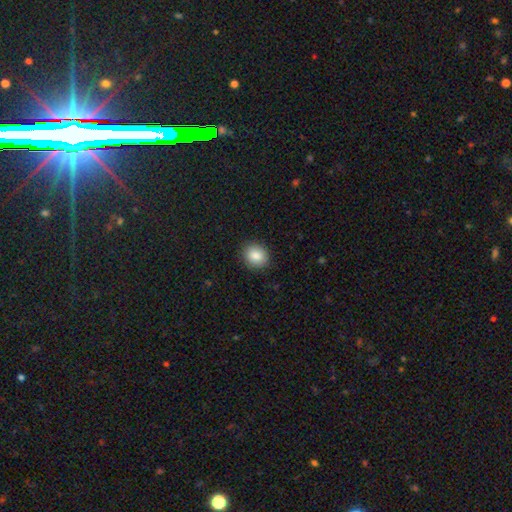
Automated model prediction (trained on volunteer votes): A smooth galaxy with no disk features (86%) that is round (75%). Merging: none (90%).